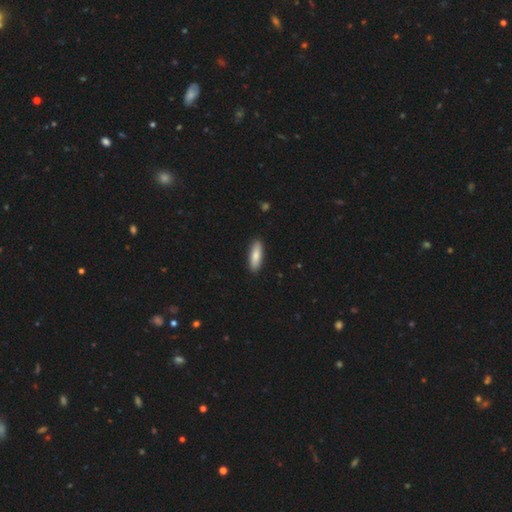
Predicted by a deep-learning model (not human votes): Smooth or featured? Predicted: smooth (p=0.83). How rounded? Predicted: in between (p=0.50). Merging? Predicted: none (p=0.90).